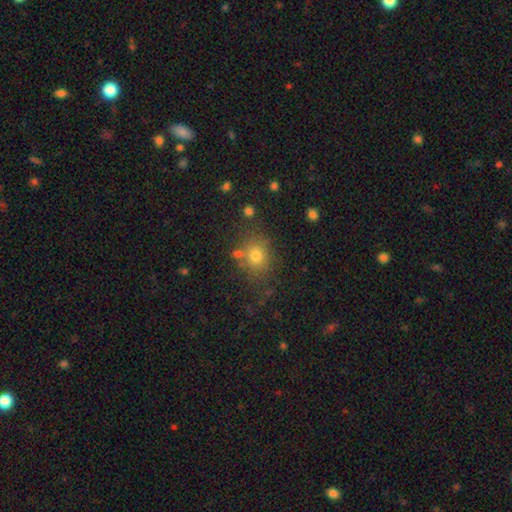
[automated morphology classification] Overall: smooth (74%). How rounded: round (66%; in between 33%). Merging: none (74%).